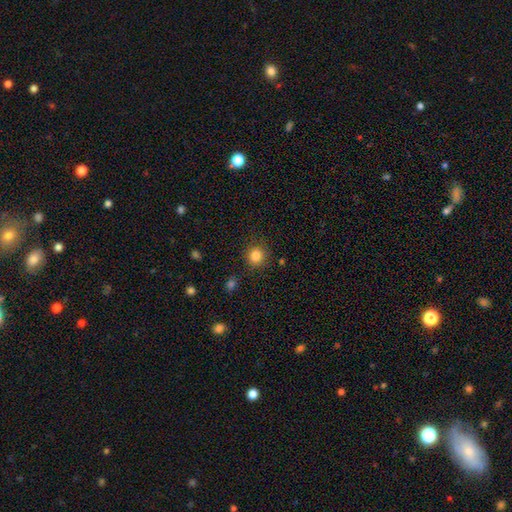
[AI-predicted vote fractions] smooth-or-featured: smooth: 84% | star or artifact: 11% | featured or disk: 5%
  how-rounded: round: 90% | in between: 9% | cigar-shaped: 1%
  merging: none: 86% | minor disturbance: 9% | major disturbance: 3% | merger: 2%